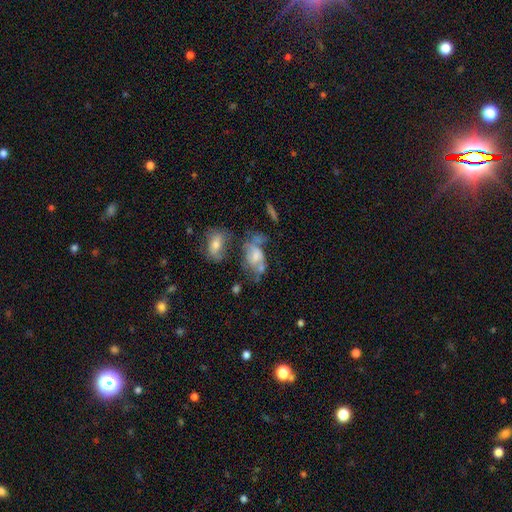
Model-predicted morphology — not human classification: smooth 46%, featured or disk 43%, star or artifact 11%. Down the decision tree: merging — merger (27%).